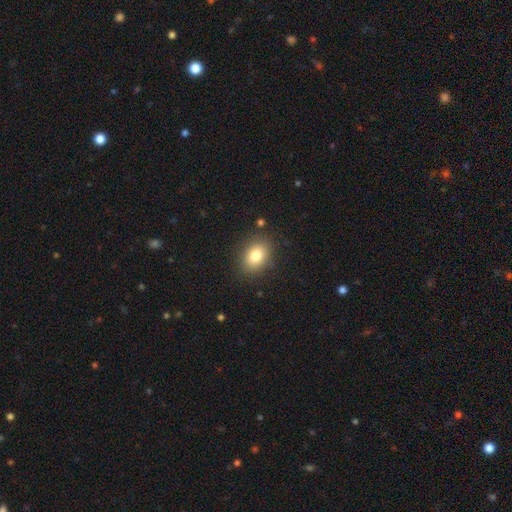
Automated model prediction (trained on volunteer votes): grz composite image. It shows a smooth galaxy with no disk features (81%) that is in between round and cigar-shaped (65%). Merging: none (86%).